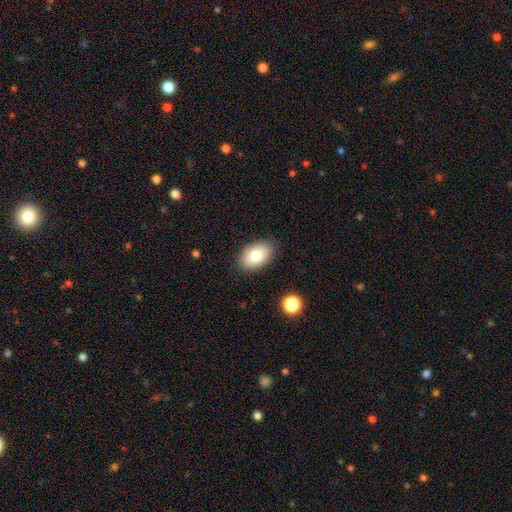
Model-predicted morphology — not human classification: Smooth or featured? smooth (80%)
How rounded? in between (91%)
Merging? none (86%)